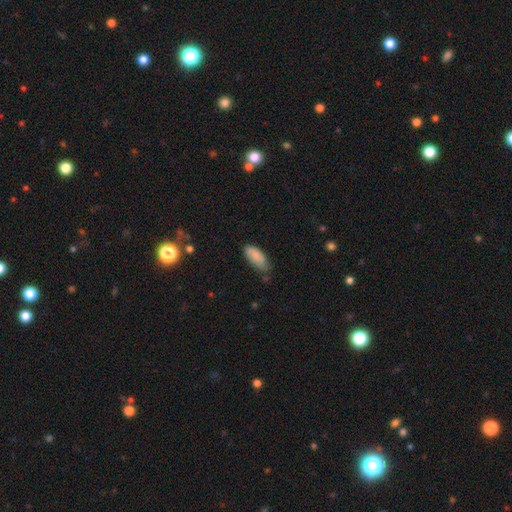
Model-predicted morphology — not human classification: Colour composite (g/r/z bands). It shows a smooth galaxy with no disk features (85%) that is in between round and cigar-shaped (84%). Merging: none (54%).